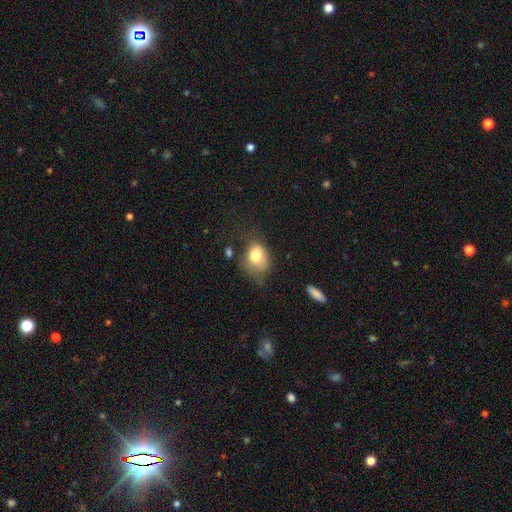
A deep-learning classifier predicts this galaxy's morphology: A smooth galaxy with no disk features (77%) that is in between round and cigar-shaped (52%).

Vote fractions:
- Smooth or featured? smooth: 77% / featured or disk: 13% / star or artifact: 10%
- How rounded? in between: 52% / round: 47% / cigar-shaped: 1%
- Merging? none: 39% / minor disturbance: 35% / major disturbance: 22% / merger: 5%